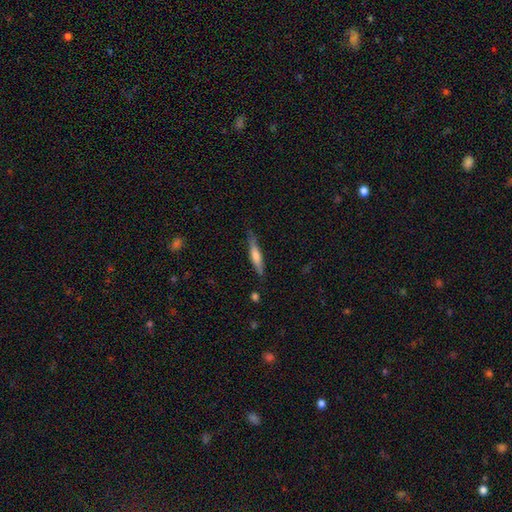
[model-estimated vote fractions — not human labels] Smooth or featured? Predicted: smooth (p=0.52). How rounded? Predicted: cigar-shaped (p=0.89). Merging? Predicted: none (p=0.80).